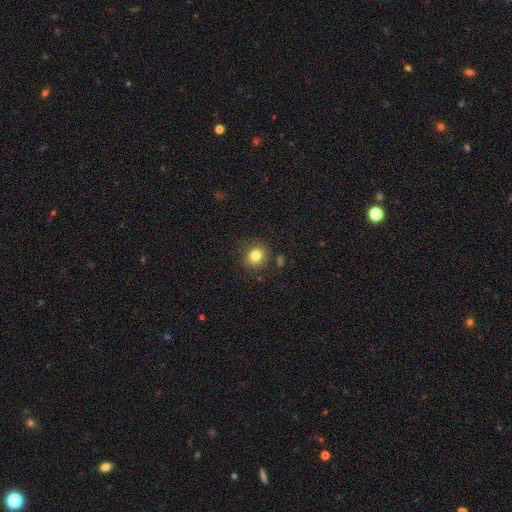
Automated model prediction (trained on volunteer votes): This appears to be a smooth galaxy with no disk features (82%) that is round (84%). Merging: none (84%).